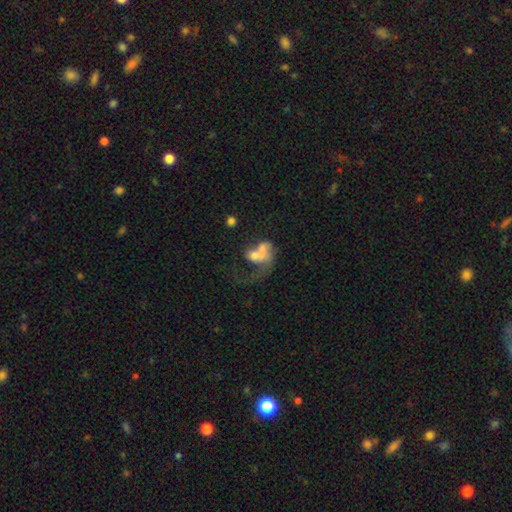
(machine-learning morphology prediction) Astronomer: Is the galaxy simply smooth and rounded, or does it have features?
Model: smooth — 50% (runner-up: featured or disk, 40%).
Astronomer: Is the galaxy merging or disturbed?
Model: merger — 46% (runner-up: major disturbance, 34%).